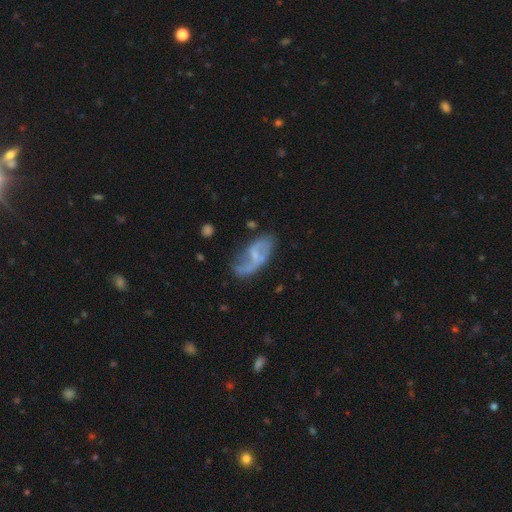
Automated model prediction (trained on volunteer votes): This appears to be a featured or disk galaxy (70%) with a weak bar (48%), 2 (77%) loose (66%) spiral arms (83%) and a small central bulge (49%). Merging: none (55%).